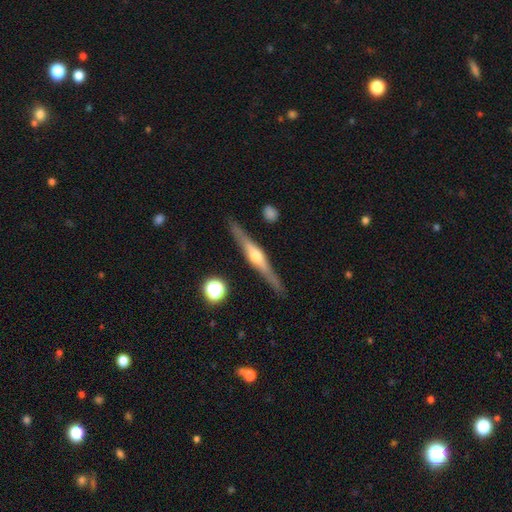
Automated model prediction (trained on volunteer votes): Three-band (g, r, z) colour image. It shows a featured or disk galaxy (77%) viewed edge-on (97%) with a rounded central bulge (91%). Merging: none (88%).